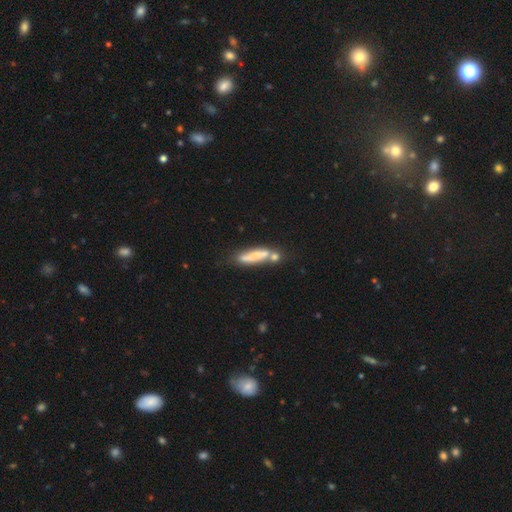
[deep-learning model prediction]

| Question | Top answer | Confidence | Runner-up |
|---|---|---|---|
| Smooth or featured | smooth | 59% | featured or disk (33%) |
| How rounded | cigar-shaped | 79% | in between (18%) |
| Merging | none | 45% | merger (30%) |